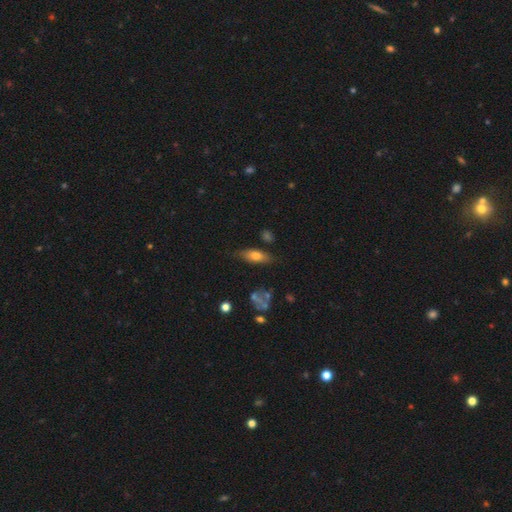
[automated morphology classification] The model was most divided on "smooth or featured": smooth: 69%, featured or disk: 24%, star or artifact: 8%. More confident: merging — none (73%); how rounded — in between (72%).